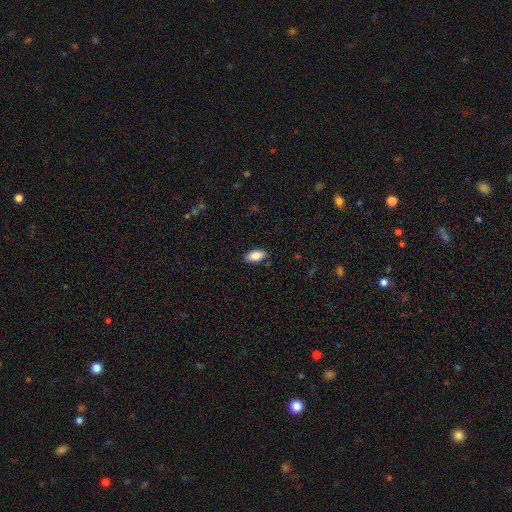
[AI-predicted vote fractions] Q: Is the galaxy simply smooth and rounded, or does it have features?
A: smooth — 85%.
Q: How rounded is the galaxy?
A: in between — 91%.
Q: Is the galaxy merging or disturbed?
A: none — 87%.